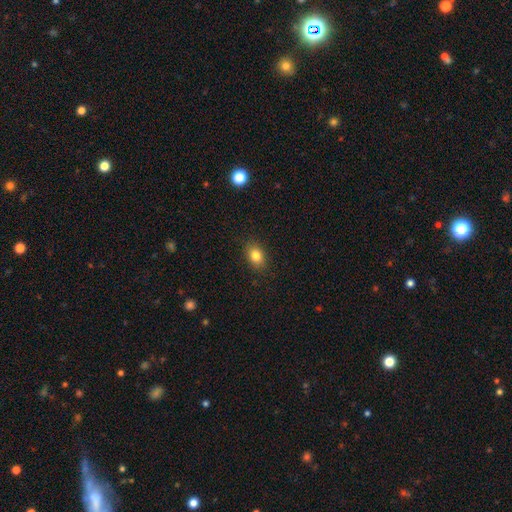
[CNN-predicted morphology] smooth_or_featured: smooth (p=0.82) [alt: star or artifact p=0.10]
how_rounded: in between (p=0.71) [alt: round p=0.28]
merging: none (p=0.87) [alt: minor disturbance p=0.09]